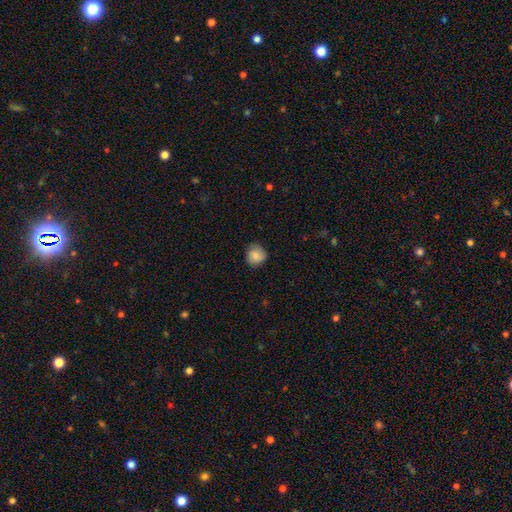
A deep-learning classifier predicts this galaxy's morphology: Smooth or featured: smooth — 85% (star or artifact — 8%)
How rounded: round — 86% (in between — 13%)
Merging: none — 75% (minor disturbance — 20%)